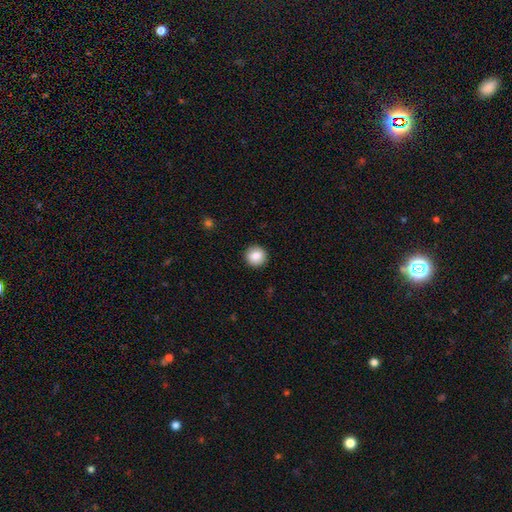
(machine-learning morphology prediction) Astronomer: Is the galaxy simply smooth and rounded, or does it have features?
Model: smooth — 85%.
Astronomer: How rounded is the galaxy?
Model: round — 93%.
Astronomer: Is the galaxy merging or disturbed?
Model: none — 92%.